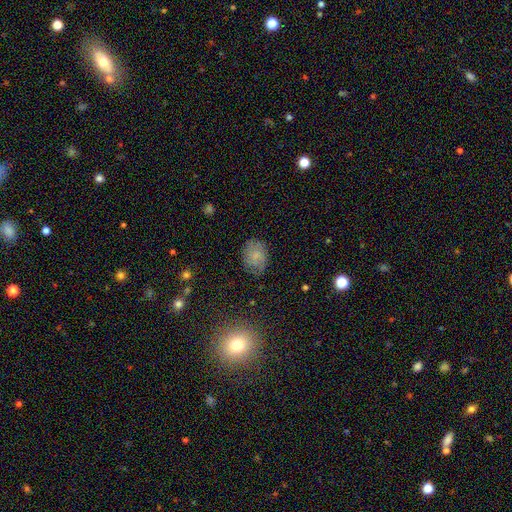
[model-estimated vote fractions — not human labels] A smooth galaxy with no disk features (59%) that is in between round and cigar-shaped (65%).

Vote fractions:
- Smooth or featured? smooth: 59% / featured or disk: 30% / star or artifact: 11%
- How rounded? in between: 65% / round: 34% / cigar-shaped: 1%
- Merging? none: 74% / minor disturbance: 18% / major disturbance: 6% / merger: 1%